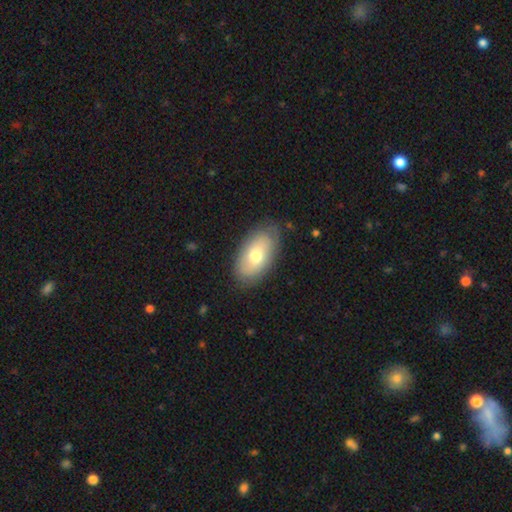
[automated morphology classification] smooth_or_featured: smooth (p=0.66) [alt: featured or disk p=0.28]
how_rounded: in between (p=0.93) [alt: round p=0.05]
merging: none (p=0.81) [alt: minor disturbance p=0.15]